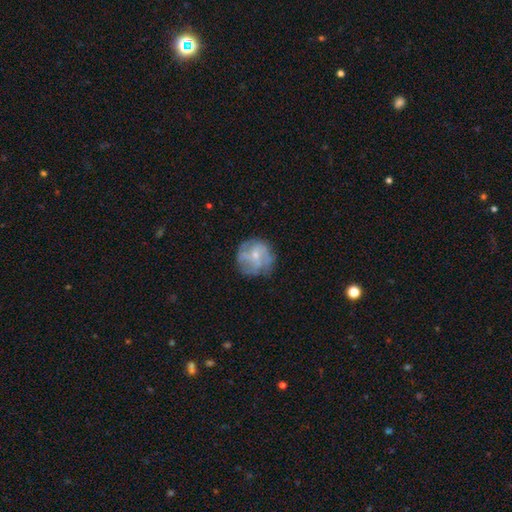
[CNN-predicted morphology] Smooth or featured? Predicted: featured or disk (p=0.58). Edge-on disk? Predicted: no (p=0.98). Bar? Predicted: no (p=0.67). Spiral arms? Predicted: yes (p=0.59). Bulge size? Predicted: small (p=0.63). Merging? Predicted: none (p=0.67).